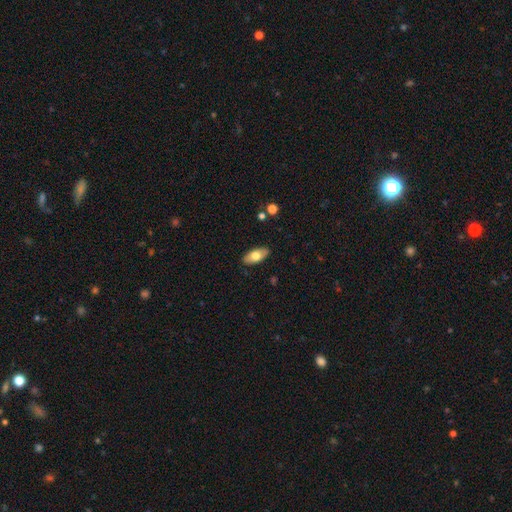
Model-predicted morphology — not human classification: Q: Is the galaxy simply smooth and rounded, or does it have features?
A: smooth — 71%.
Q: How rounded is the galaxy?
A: in between — 90%.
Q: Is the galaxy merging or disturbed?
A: none — 88%.